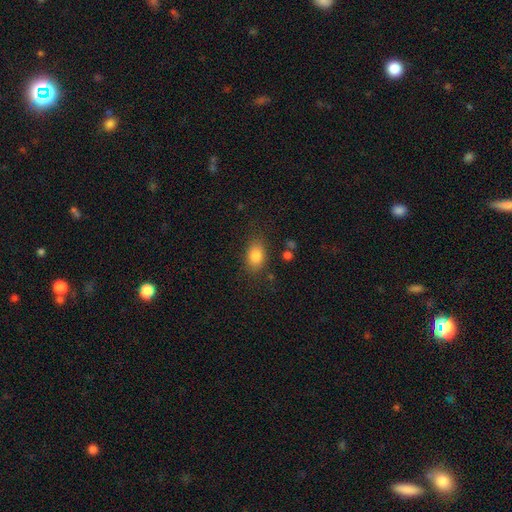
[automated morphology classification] Smooth or featured? smooth (84%)
How rounded? in between (82%)
Merging? none (80%)